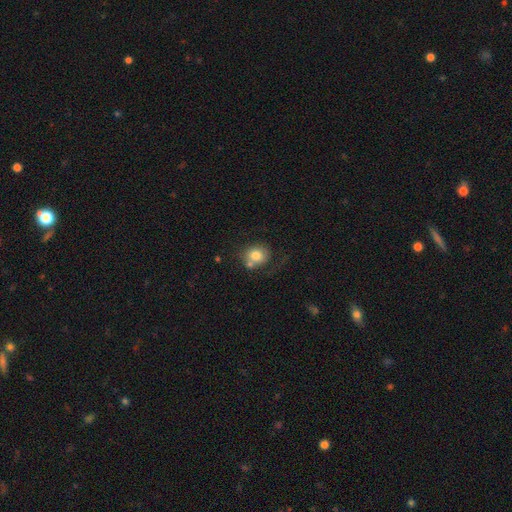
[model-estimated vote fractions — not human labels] Smooth or featured?
  - smooth: 77% *
  - featured or disk: 14%
  - star or artifact: 9%
How rounded?
  - round: 73% *
  - in between: 26%
  - cigar-shaped: 1%
Merging?
  - none: 52% *
  - merger: 19%
  - minor disturbance: 17%
  - major disturbance: 11%